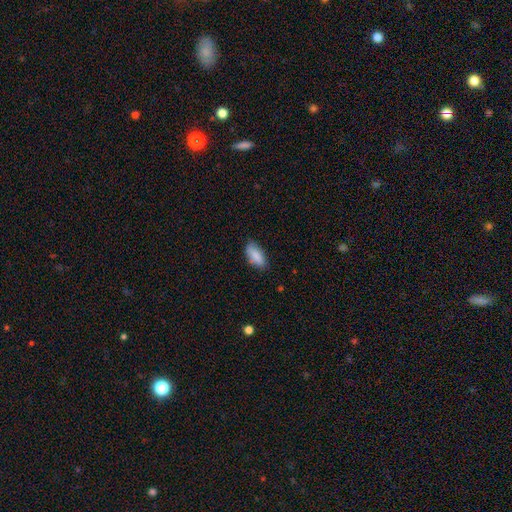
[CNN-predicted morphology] A smooth galaxy with no disk features (85%) that is in between round and cigar-shaped (84%). Merging: none (77%).